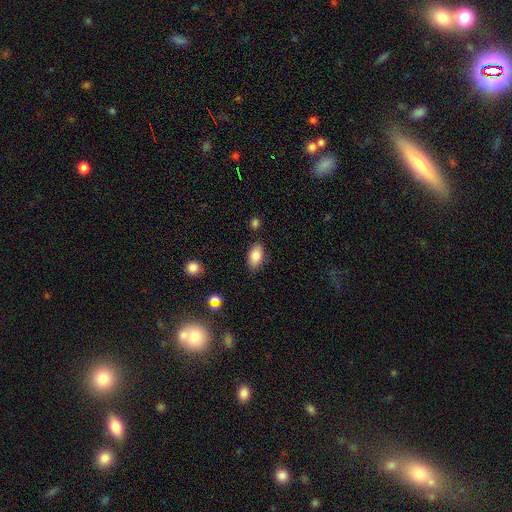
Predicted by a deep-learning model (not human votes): smooth 84%, featured or disk 8%, star or artifact 8%. Down the decision tree: how rounded — in between (91%); merging — none (81%).